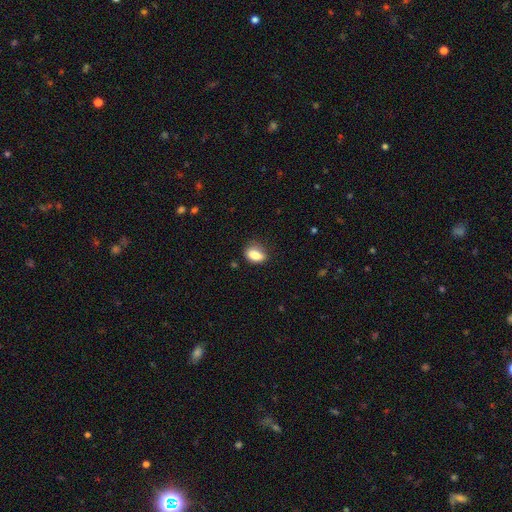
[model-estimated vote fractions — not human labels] A smooth galaxy with no disk features (83%) that is in between round and cigar-shaped (81%).

Vote fractions:
- Smooth or featured? smooth: 83% / star or artifact: 9% / featured or disk: 8%
- How rounded? in between: 81% / round: 15% / cigar-shaped: 4%
- Merging? none: 68% / minor disturbance: 24% / major disturbance: 6% / merger: 3%